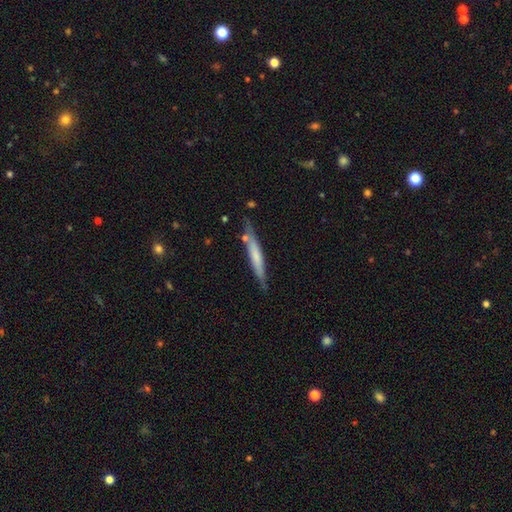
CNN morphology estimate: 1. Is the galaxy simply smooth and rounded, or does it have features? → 52% smooth, 42% featured or disk, 6% star or artifact.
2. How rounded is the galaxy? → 94% cigar-shaped, 4% in between, 1% round.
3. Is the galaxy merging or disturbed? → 77% none, 16% minor disturbance, 4% merger, 3% major disturbance.